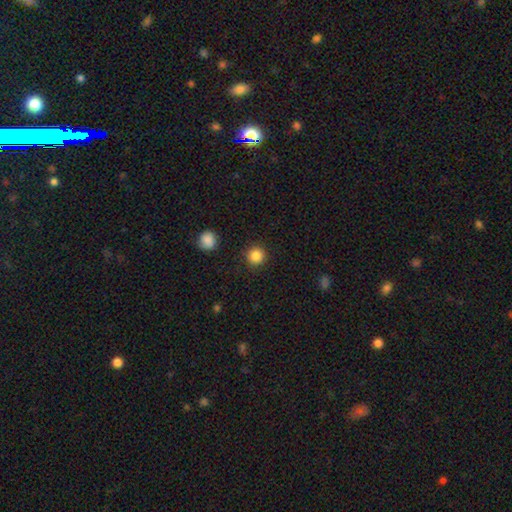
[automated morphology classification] Smooth or featured? smooth (85%)
How rounded? round (95%)
Merging? none (91%)